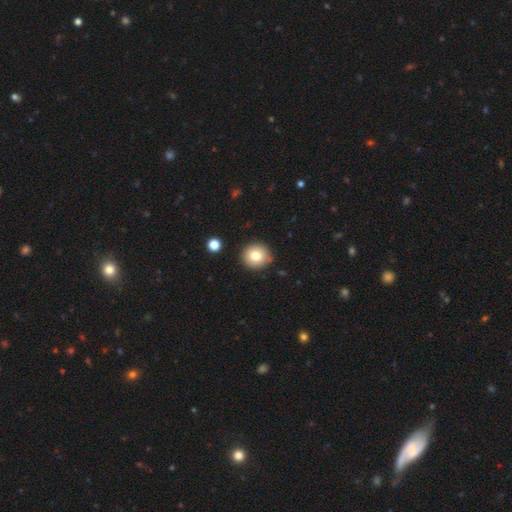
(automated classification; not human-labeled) Q: Smooth or featured?
A: smooth (78%); runner-up: featured or disk (11%)
Q: How rounded?
A: round (92%); runner-up: in between (7%)
Q: Merging?
A: none (88%); runner-up: minor disturbance (8%)